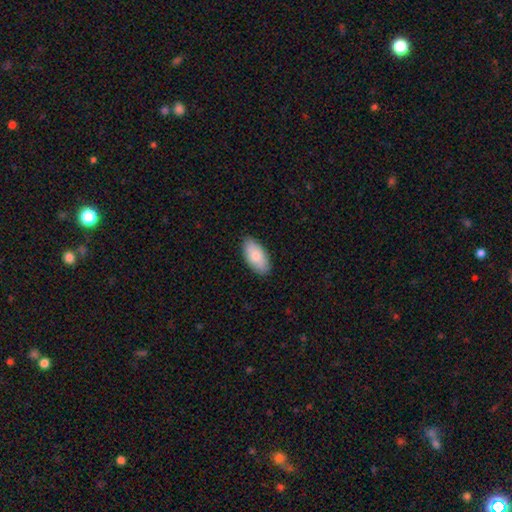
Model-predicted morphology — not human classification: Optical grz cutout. It shows a smooth galaxy with no disk features (79%) that is in between round and cigar-shaped (93%). Merging: none (87%).